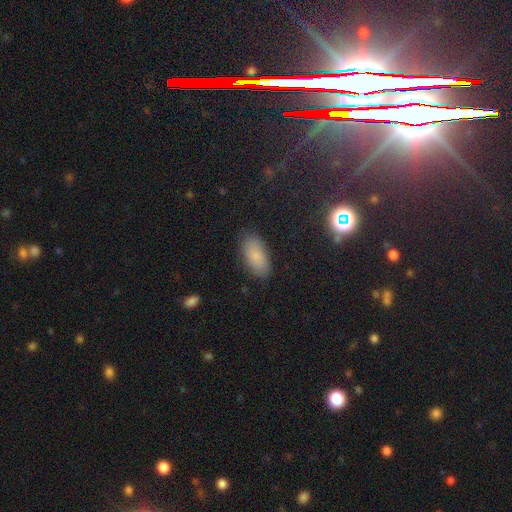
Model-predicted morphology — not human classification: Smooth or featured? Predicted: smooth (p=0.81). How rounded? Predicted: in between (p=0.91). Merging? Predicted: none (p=0.86).